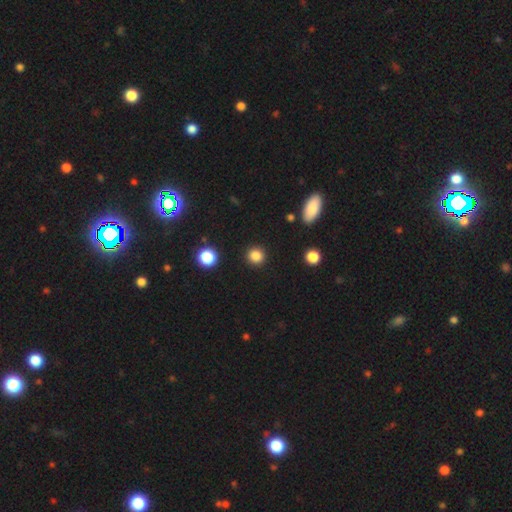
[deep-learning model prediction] smooth_or_featured: smooth (p=0.85) [alt: star or artifact p=0.11]
how_rounded: round (p=0.92) [alt: in between p=0.07]
merging: none (p=0.91) [alt: minor disturbance p=0.05]